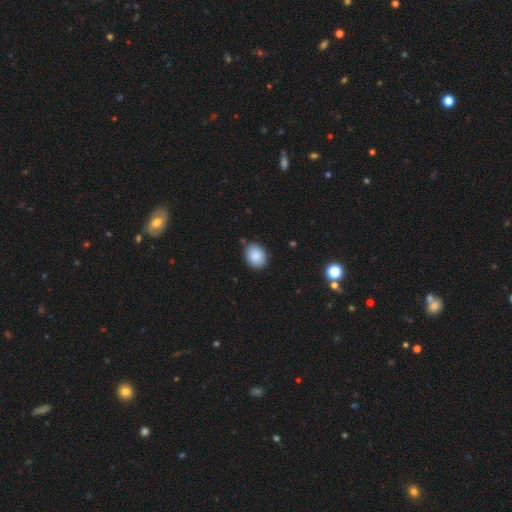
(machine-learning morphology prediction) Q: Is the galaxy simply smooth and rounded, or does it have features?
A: smooth — 88%.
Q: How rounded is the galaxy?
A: in between — 61%.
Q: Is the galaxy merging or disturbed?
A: none — 81%.